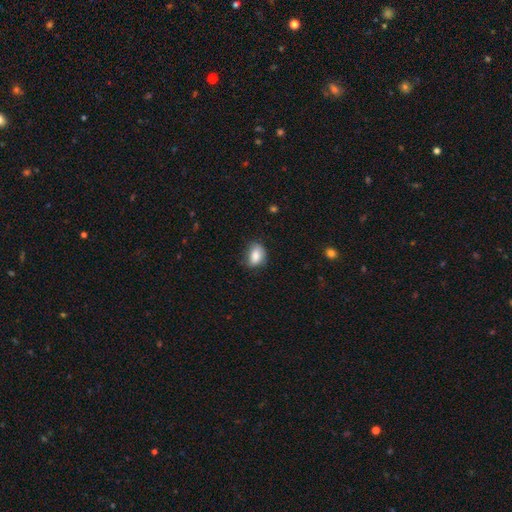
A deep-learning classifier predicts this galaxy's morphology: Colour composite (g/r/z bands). It shows a smooth galaxy with no disk features (82%) that is in between round and cigar-shaped (79%). Merging: none (61%).